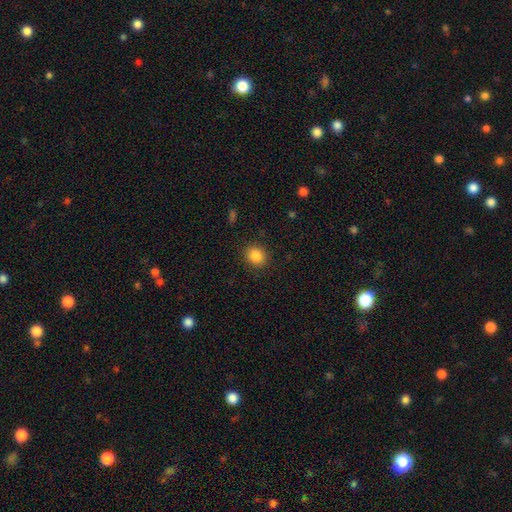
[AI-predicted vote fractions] This is clearly a smooth galaxy (86%). How rounded: likely round (74%). Merging: clearly none (89%).